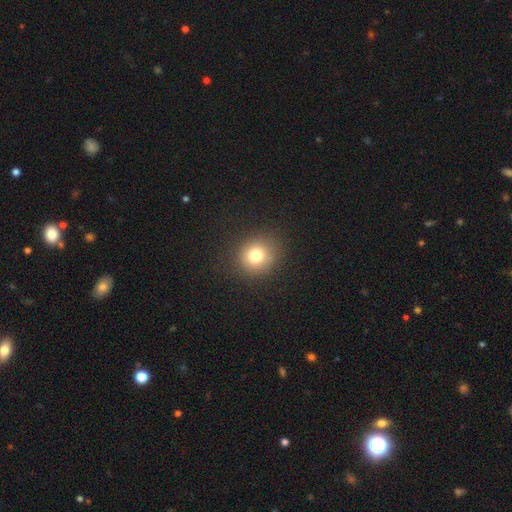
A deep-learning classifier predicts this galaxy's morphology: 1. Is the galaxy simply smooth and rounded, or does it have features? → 77% smooth, 14% star or artifact, 9% featured or disk.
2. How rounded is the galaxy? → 86% round, 13% in between, 1% cigar-shaped.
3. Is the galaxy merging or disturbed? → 88% none, 8% minor disturbance, 3% major disturbance, 1% merger.